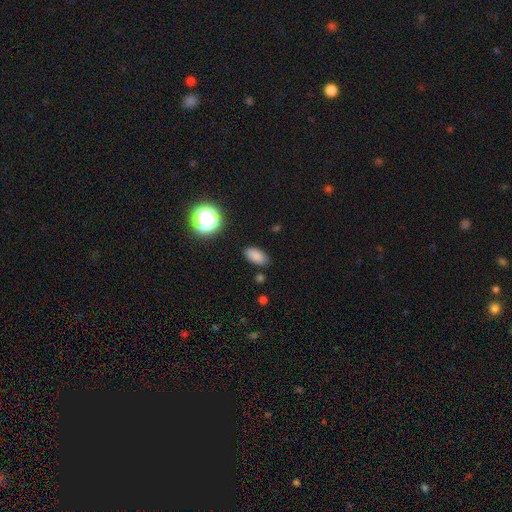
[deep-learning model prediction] Overall: smooth (83%). How rounded: in between (91%). Merging: none (85%).